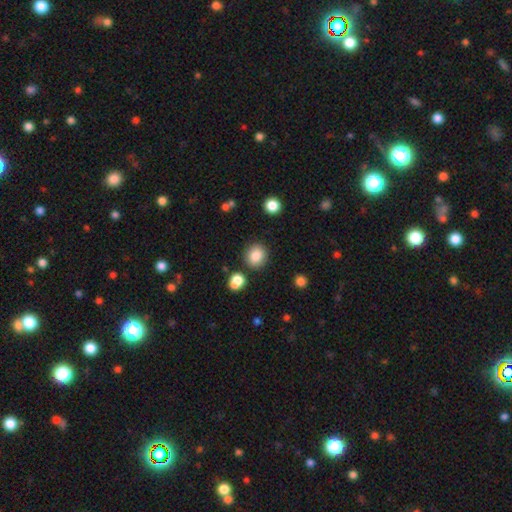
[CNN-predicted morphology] Q: Smooth or featured?
A: smooth (84%); runner-up: star or artifact (10%)
Q: How rounded?
A: round (79%); runner-up: in between (21%)
Q: Merging?
A: none (84%); runner-up: minor disturbance (8%)